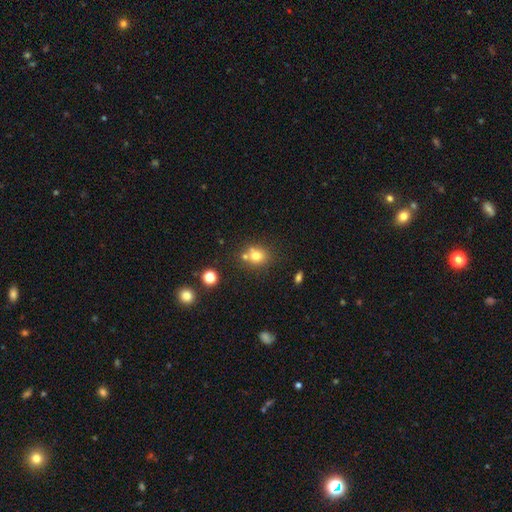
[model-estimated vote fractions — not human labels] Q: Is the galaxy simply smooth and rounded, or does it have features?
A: smooth — 73%.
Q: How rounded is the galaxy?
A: round — 74%.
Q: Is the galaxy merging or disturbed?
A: none — 61%.